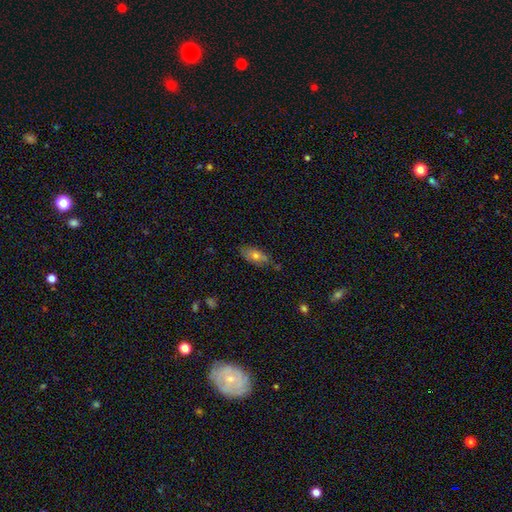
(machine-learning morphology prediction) The model was most divided on "smooth or featured": smooth: 68%, featured or disk: 23%, star or artifact: 8%. More confident: how rounded — in between (85%); merging — none (70%).